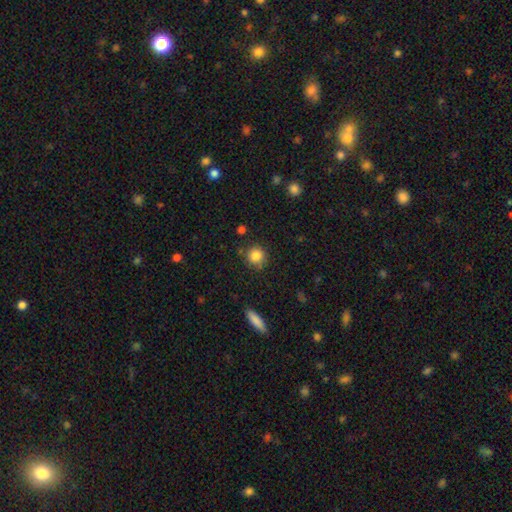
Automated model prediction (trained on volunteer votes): A smooth galaxy with no disk features (85%) that is round (90%).

Vote fractions:
- Smooth or featured? smooth: 85% / star or artifact: 10% / featured or disk: 6%
- How rounded? round: 90% / in between: 9% / cigar-shaped: 1%
- Merging? none: 83% / minor disturbance: 11% / merger: 3% / major disturbance: 3%